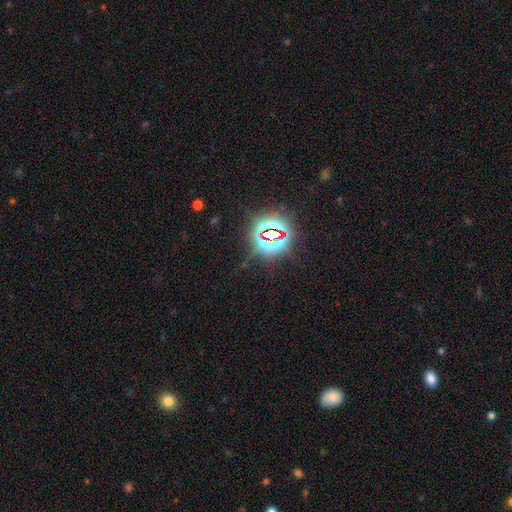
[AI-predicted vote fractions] smooth_or_featured: star or artifact (p=0.81) [alt: smooth p=0.12]